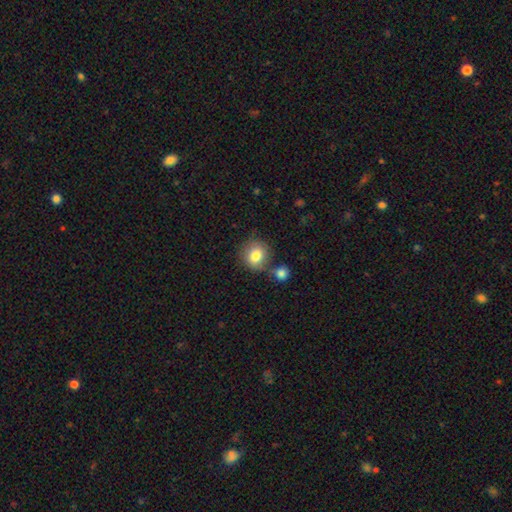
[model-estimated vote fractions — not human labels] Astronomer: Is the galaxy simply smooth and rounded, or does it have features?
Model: smooth — 81%.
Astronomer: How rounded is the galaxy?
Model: round — 84%.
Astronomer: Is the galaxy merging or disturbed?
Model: none — 67%.